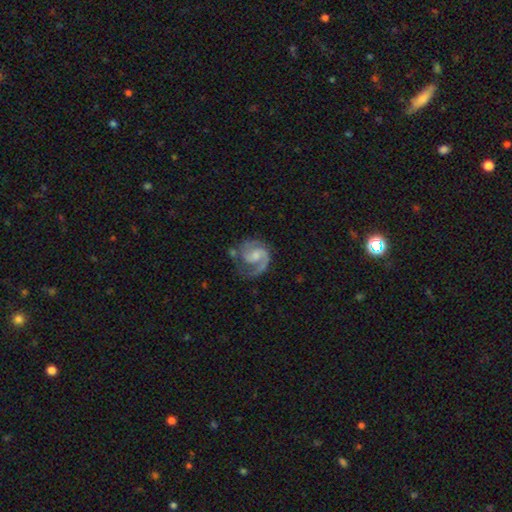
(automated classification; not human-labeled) smooth_or_featured: featured or disk (p=0.87) [alt: smooth p=0.08]
disk_edge_on: no (p=0.98) [alt: yes p=0.02]
bar: no (p=0.48) [alt: weak p=0.43]
has_spiral_arms: yes (p=0.97) [alt: no p=0.03]
spiral_winding: medium (p=0.52) [alt: tight p=0.34]
spiral_arm_count: 2 (p=0.73) [alt: 1 p=0.16]
bulge_size: moderate (p=0.39) [alt: small p=0.38]
merging: none (p=0.61) [alt: minor disturbance p=0.21]